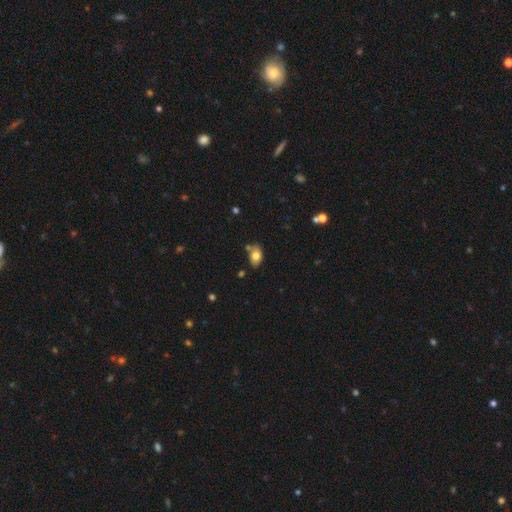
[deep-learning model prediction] This appears to be a smooth galaxy with no disk features (78%) that is in between round and cigar-shaped (85%). Merging: none (63%).